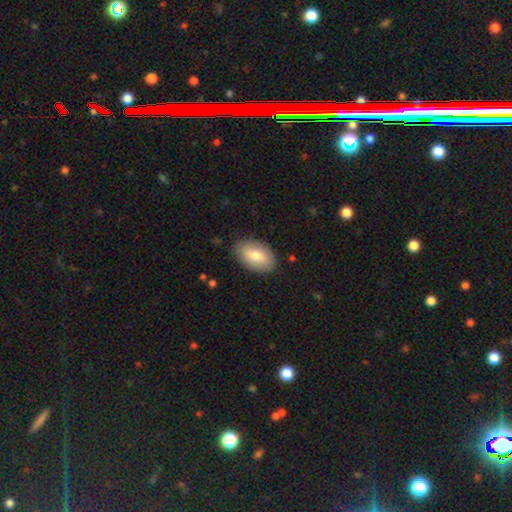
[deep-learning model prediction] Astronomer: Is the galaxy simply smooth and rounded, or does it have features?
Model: smooth — 78%.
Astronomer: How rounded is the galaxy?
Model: in between — 93%.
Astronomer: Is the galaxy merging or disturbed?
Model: none — 86%.